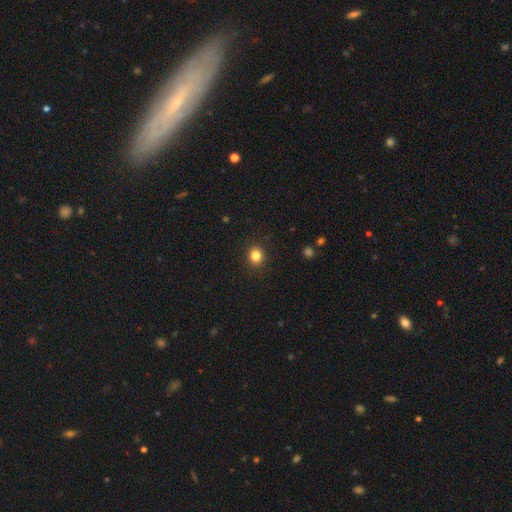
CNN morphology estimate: This is clearly a smooth galaxy (84%). How rounded: likely round (77%). Merging: clearly none (91%).